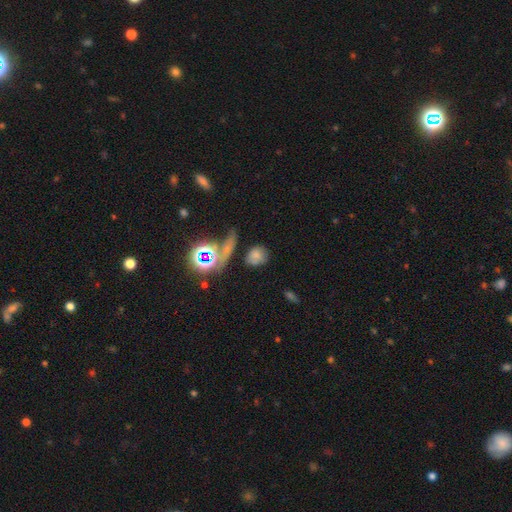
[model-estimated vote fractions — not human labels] A smooth galaxy with no disk features (67%) that is round (63%).

Vote fractions:
- Smooth or featured? smooth: 67% / star or artifact: 21% / featured or disk: 13%
- How rounded? round: 63% / in between: 34% / cigar-shaped: 3%
- Merging? none: 64% / minor disturbance: 18% / merger: 9% / major disturbance: 8%